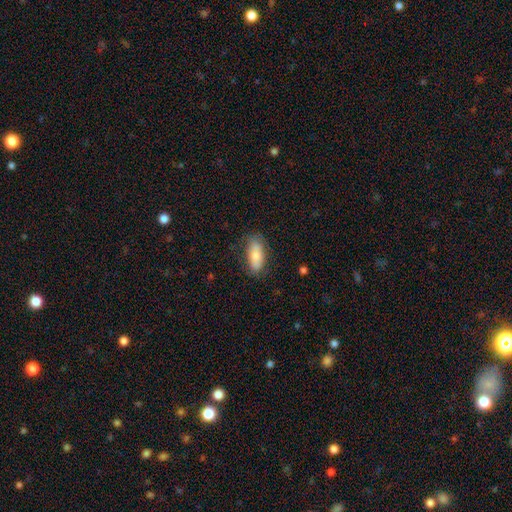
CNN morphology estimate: Smooth or featured?
  - smooth: 77% *
  - featured or disk: 17%
  - star or artifact: 6%
How rounded?
  - in between: 87% *
  - cigar-shaped: 10%
  - round: 3%
Merging?
  - none: 78% *
  - minor disturbance: 17%
  - major disturbance: 5%
  - merger: 1%